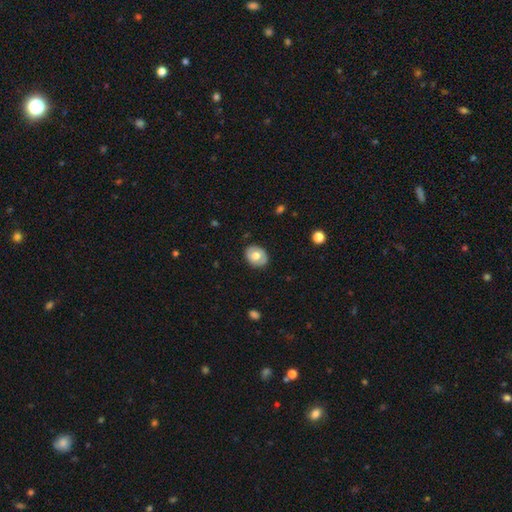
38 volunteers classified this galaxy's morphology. A smooth galaxy with no disk features (58%) that is round (50%).

Vote fractions:
- Smooth or featured? smooth: 58% / featured or disk: 34% / star or artifact: 8%
- How rounded? round: 50% / in between: 41% / cigar-shaped: 9%
- Merging? none: 86% / minor disturbance: 11% / merger: 3% / major disturbance: 0%